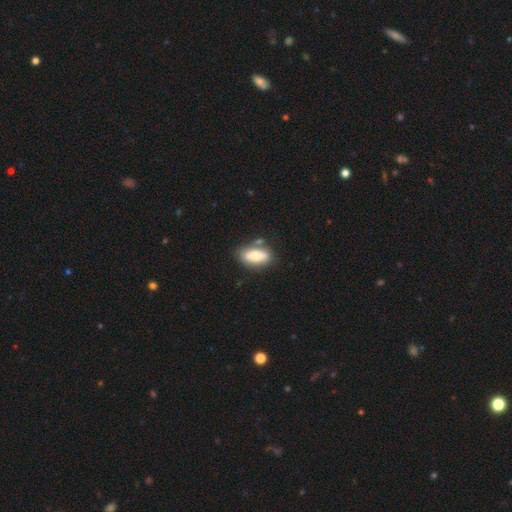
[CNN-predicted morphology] type=smooth (72%); roundness=in between (82%); merging=none (71%).